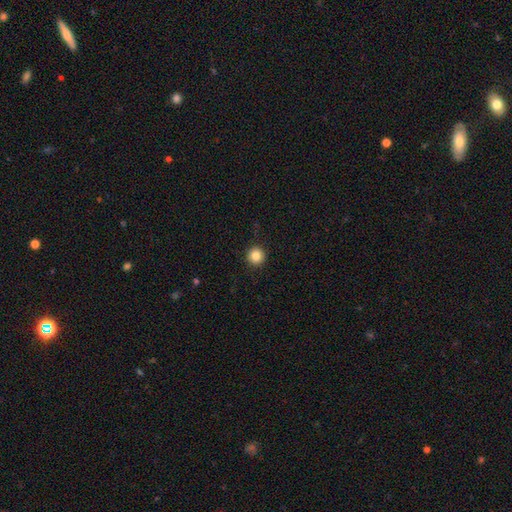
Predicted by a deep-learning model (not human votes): Morphology: type=smooth (85%); roundness=round (96%); merging=none (93%).